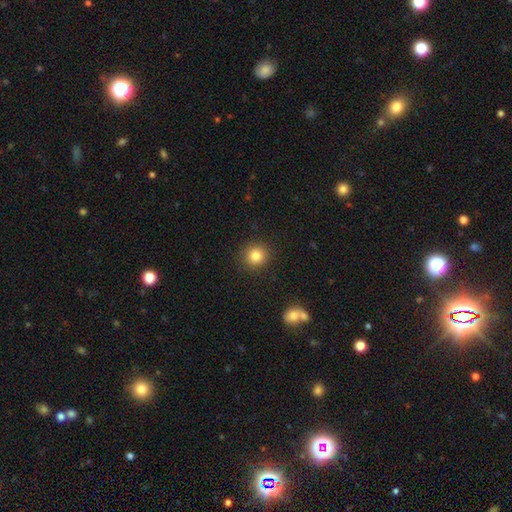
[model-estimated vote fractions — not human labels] A smooth galaxy with no disk features (82%) that is round (91%).

Vote fractions:
- Smooth or featured? smooth: 82% / star or artifact: 11% / featured or disk: 7%
- How rounded? round: 91% / in between: 8% / cigar-shaped: 1%
- Merging? none: 90% / minor disturbance: 6% / major disturbance: 2% / merger: 1%